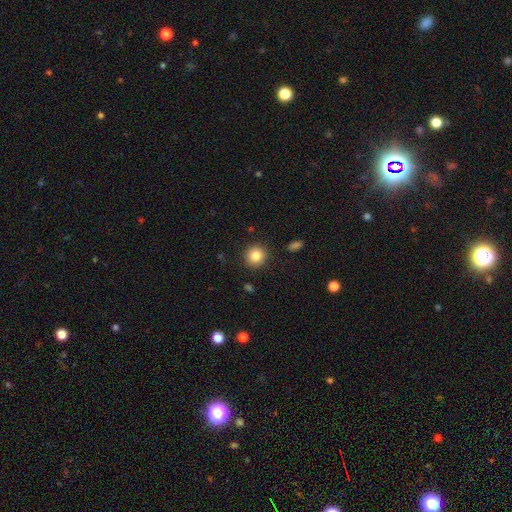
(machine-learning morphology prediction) A smooth galaxy with no disk features (85%) that is round (90%). Merging: none (90%).